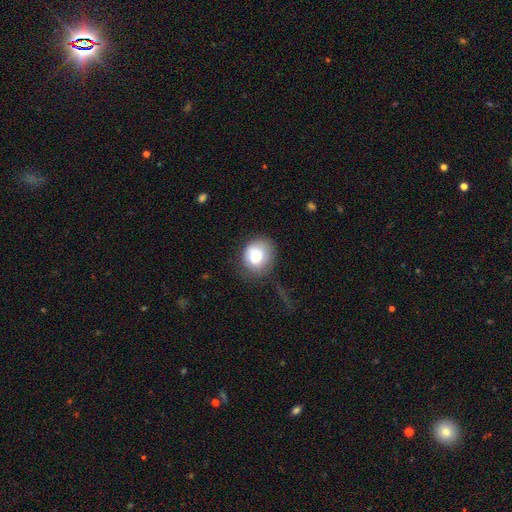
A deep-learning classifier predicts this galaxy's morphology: Smooth or featured? Predicted: smooth (p=0.80). How rounded? Predicted: round (p=0.63). Merging? Predicted: none (p=0.63).